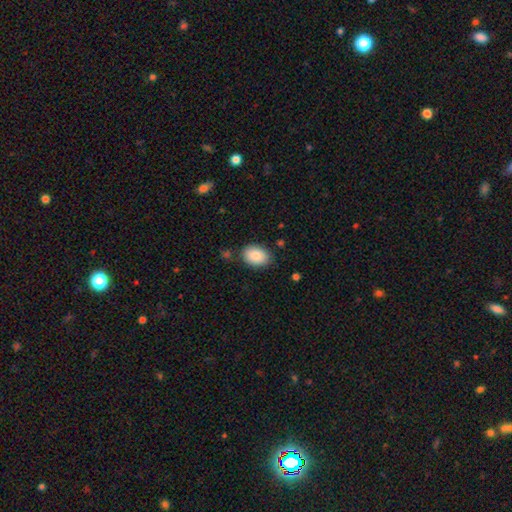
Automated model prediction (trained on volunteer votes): Smooth or featured? Predicted: smooth (p=0.87). How rounded? Predicted: in between (p=0.81). Merging? Predicted: none (p=0.82).